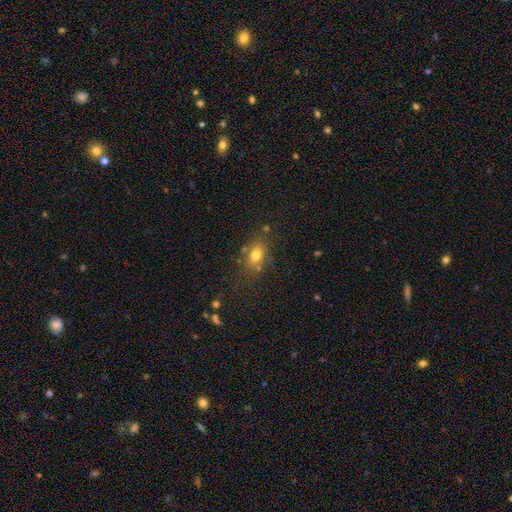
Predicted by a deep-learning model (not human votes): Smooth or featured?
  - smooth: 74% *
  - star or artifact: 14%
  - featured or disk: 13%
How rounded?
  - in between: 64% *
  - round: 34%
  - cigar-shaped: 2%
Merging?
  - none: 70% *
  - minor disturbance: 17%
  - merger: 7%
  - major disturbance: 6%